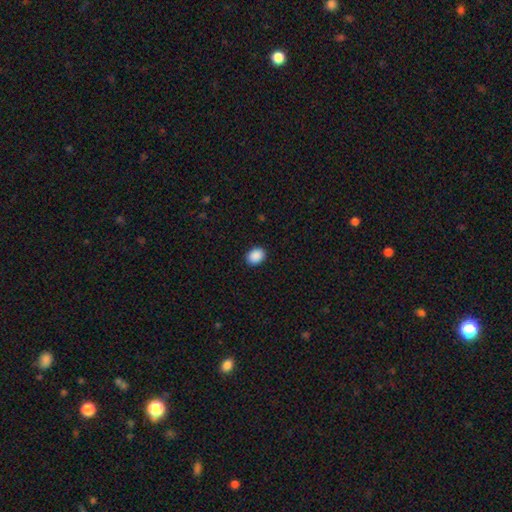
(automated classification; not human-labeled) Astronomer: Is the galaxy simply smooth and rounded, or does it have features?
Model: smooth — 90%.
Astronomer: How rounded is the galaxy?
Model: in between — 63%.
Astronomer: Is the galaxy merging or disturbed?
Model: none — 90%.